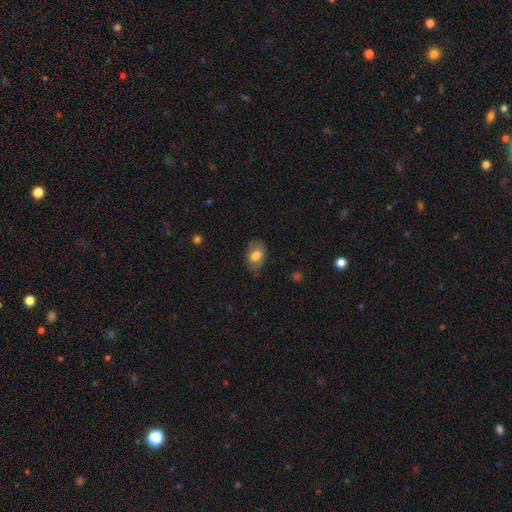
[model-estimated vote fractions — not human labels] This appears to be a smooth galaxy with no disk features (73%) that is in between round and cigar-shaped (85%). Merging: none (75%).